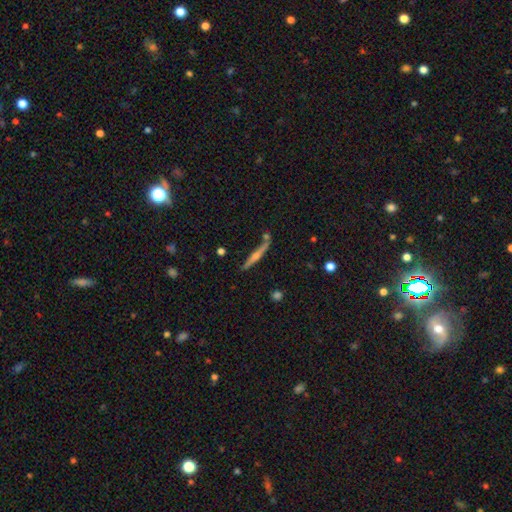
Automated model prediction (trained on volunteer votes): This appears to be a featured or disk galaxy (67%) viewed edge-on (97%) with a rounded central bulge (80%). Merging: none (77%).